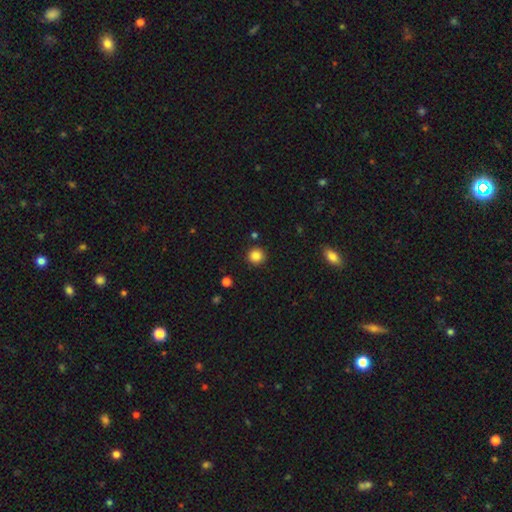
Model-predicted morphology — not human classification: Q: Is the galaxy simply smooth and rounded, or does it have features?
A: smooth — 85%.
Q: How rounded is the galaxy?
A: round — 94%.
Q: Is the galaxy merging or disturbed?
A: none — 91%.